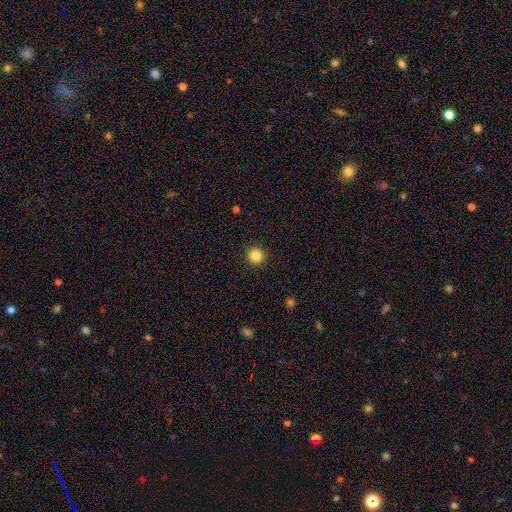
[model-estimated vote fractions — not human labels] smooth-or-featured: smooth: 85% | star or artifact: 11% | featured or disk: 4%
  how-rounded: round: 94% | in between: 5% | cigar-shaped: 1%
  merging: none: 92% | minor disturbance: 5% | major disturbance: 2% | merger: 1%